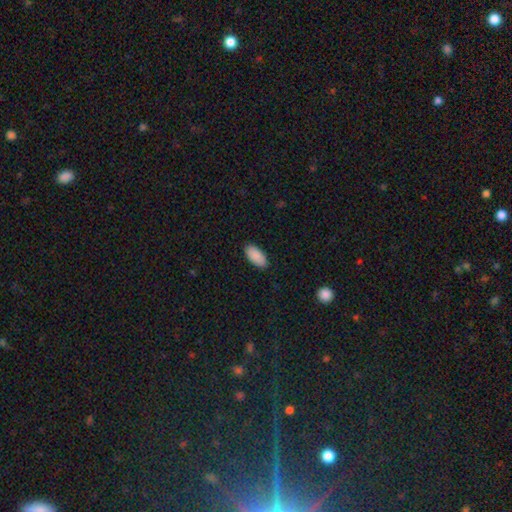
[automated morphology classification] A smooth galaxy with no disk features (90%) that is in between round and cigar-shaped (92%).

Vote fractions:
- Smooth or featured? smooth: 90% / star or artifact: 6% / featured or disk: 3%
- How rounded? in between: 92% / cigar-shaped: 6% / round: 2%
- Merging? none: 88% / minor disturbance: 9% / major disturbance: 2% / merger: 1%